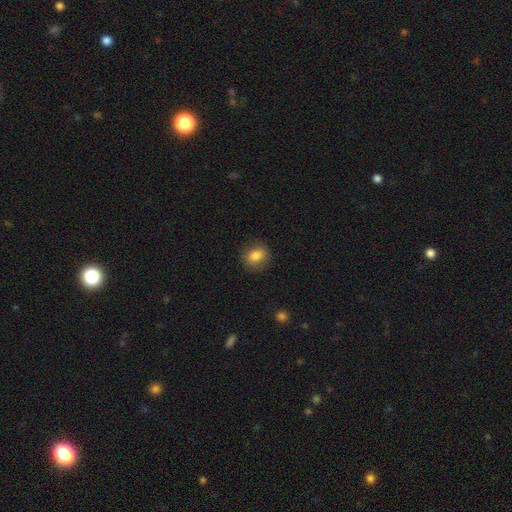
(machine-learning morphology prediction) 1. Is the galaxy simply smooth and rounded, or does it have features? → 79% smooth, 11% featured or disk, 9% star or artifact.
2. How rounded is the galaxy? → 52% round, 46% in between, 2% cigar-shaped.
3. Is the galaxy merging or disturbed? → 84% none, 11% minor disturbance, 3% major disturbance, 1% merger.